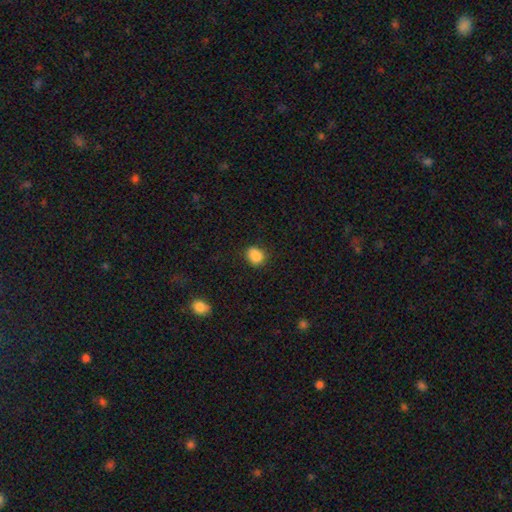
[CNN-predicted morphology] The model was most divided on "how rounded": in between: 51%, round: 48%, cigar-shaped: 1%. More confident: smooth or featured — smooth (86%); merging — none (79%).